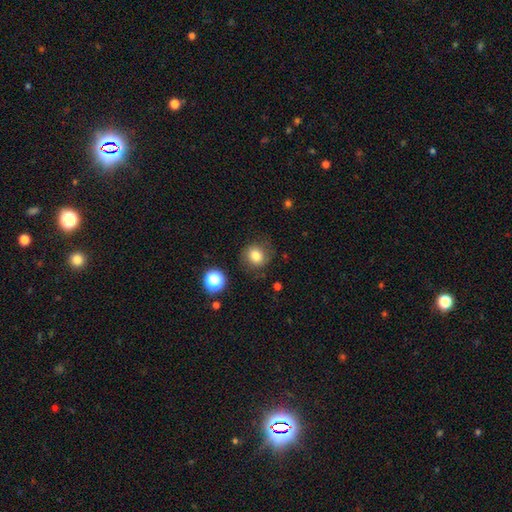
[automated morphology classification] Q: Smooth or featured?
A: smooth (79%); runner-up: star or artifact (12%)
Q: How rounded?
A: round (84%); runner-up: in between (15%)
Q: Merging?
A: none (79%); runner-up: minor disturbance (14%)